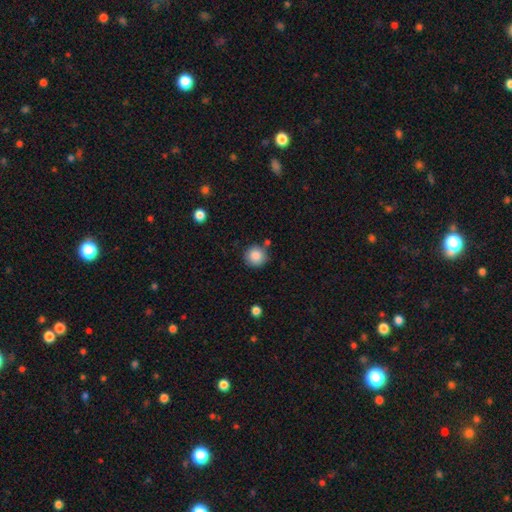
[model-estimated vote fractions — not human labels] Overall: smooth (86%). How rounded: round (93%). Merging: none (79%).